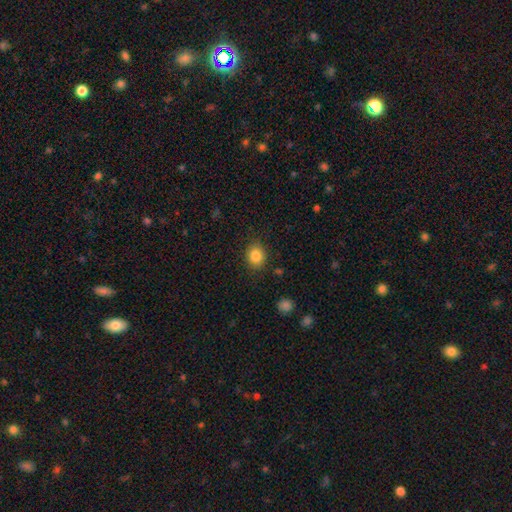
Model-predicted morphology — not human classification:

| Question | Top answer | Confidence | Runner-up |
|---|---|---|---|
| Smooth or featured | smooth | 85% | star or artifact (10%) |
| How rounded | round | 61% | in between (38%) |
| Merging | none | 85% | minor disturbance (11%) |